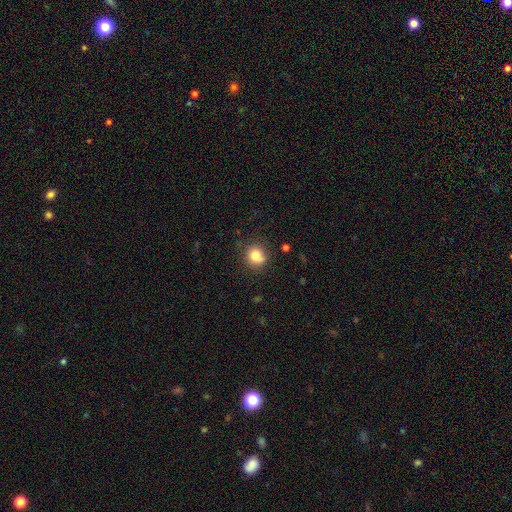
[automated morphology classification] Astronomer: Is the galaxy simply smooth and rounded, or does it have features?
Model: smooth — 80%.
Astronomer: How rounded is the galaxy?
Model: round — 86%.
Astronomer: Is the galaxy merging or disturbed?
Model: none — 73%.